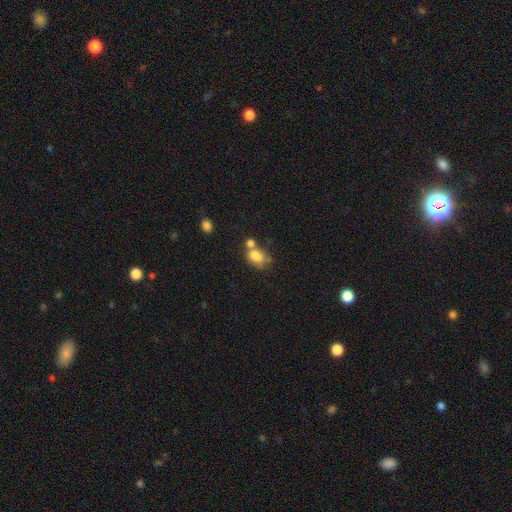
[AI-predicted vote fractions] Q: Smooth or featured?
A: smooth (70%); runner-up: featured or disk (18%)
Q: How rounded?
A: in between (70%); runner-up: round (29%)
Q: Merging?
A: merger (45%); runner-up: none (29%)